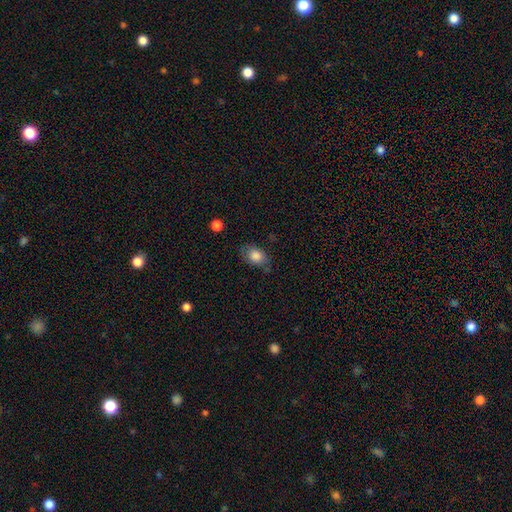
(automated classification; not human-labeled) Smooth or featured? smooth (81%)
How rounded? in between (81%)
Merging? none (67%)